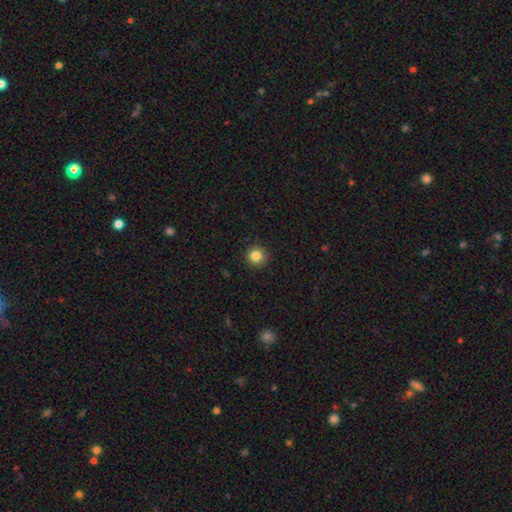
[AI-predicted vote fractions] The model was most divided on "smooth or featured": smooth: 84%, star or artifact: 11%, featured or disk: 5%. More confident: how rounded — round (95%); merging — none (91%).